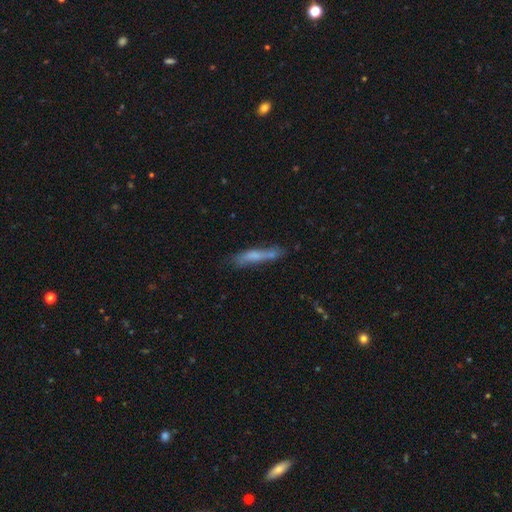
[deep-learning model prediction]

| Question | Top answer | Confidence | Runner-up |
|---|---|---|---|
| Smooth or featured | smooth | 58% | featured or disk (32%) |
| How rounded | cigar-shaped | 88% | in between (11%) |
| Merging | none | 56% | minor disturbance (24%) |